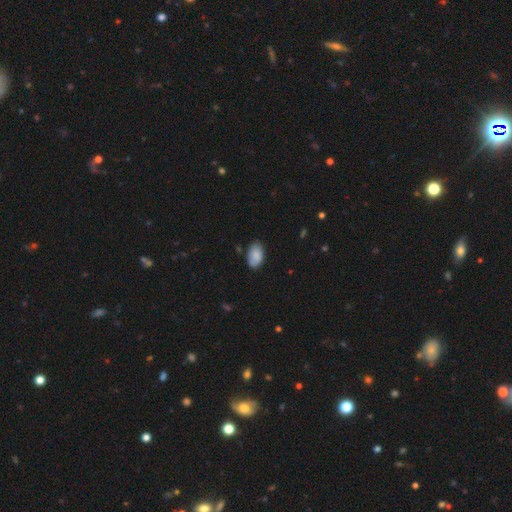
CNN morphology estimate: type=smooth (86%); roundness=in between (94%); merging=none (80%).